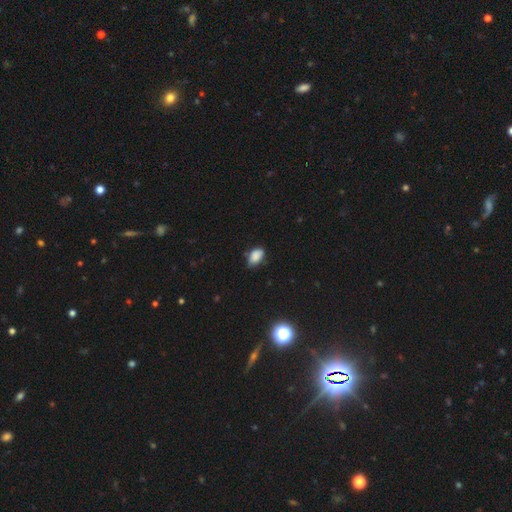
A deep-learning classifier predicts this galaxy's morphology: smooth-or-featured: smooth: 85% | star or artifact: 9% | featured or disk: 6%
  how-rounded: in between: 89% | round: 9% | cigar-shaped: 2%
  merging: none: 61% | minor disturbance: 32% | major disturbance: 5% | merger: 2%